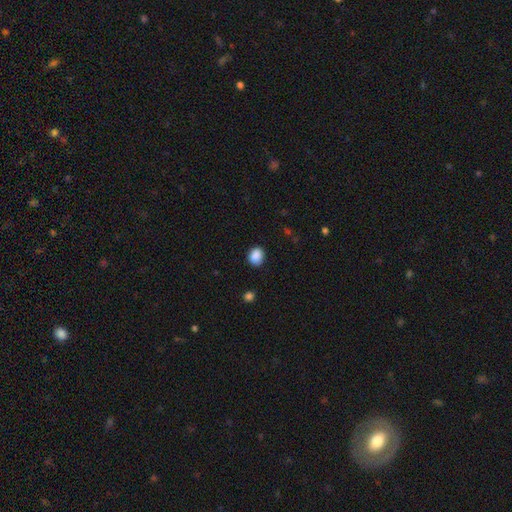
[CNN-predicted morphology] This is clearly a smooth galaxy (88%). How rounded: possibly round (54%). Merging: clearly none (85%).